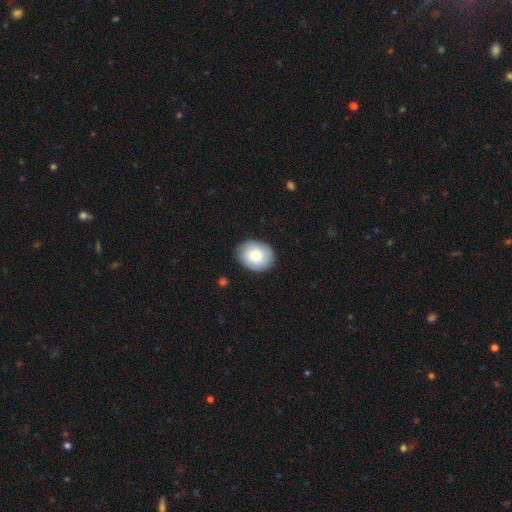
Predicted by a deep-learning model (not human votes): This is clearly a smooth galaxy (82%). How rounded: possibly in between (50%). Merging: clearly none (87%).